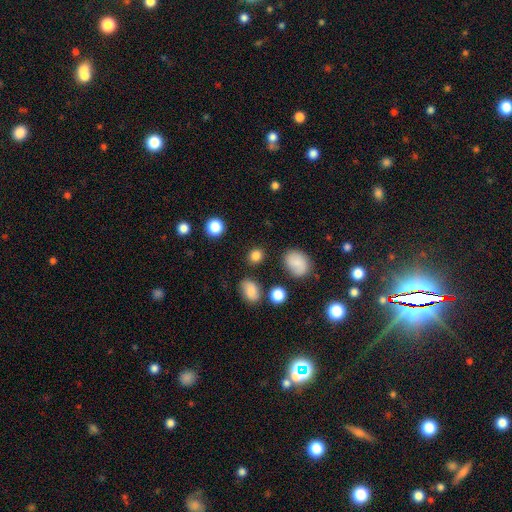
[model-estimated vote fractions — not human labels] A smooth galaxy with no disk features (82%) that is round (67%).

Vote fractions:
- Smooth or featured? smooth: 82% / star or artifact: 13% / featured or disk: 5%
- How rounded? round: 67% / in between: 32% / cigar-shaped: 1%
- Merging? none: 82% / minor disturbance: 11% / merger: 4% / major disturbance: 4%